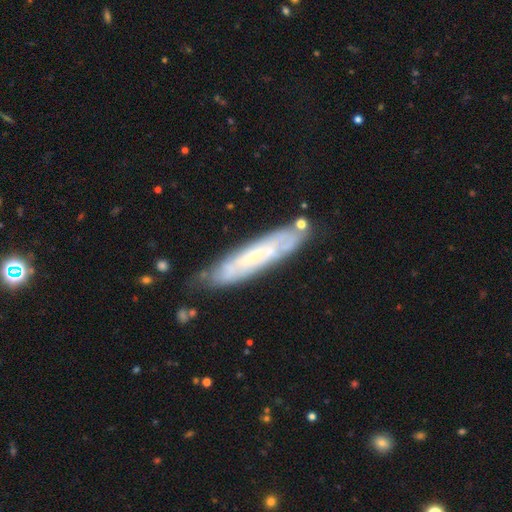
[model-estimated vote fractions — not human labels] Q: Smooth or featured?
A: featured or disk (60%); runner-up: smooth (34%)
Q: Edge-on disk?
A: no (55%); runner-up: yes (45%)
Q: Merging?
A: none (72%); runner-up: minor disturbance (20%)